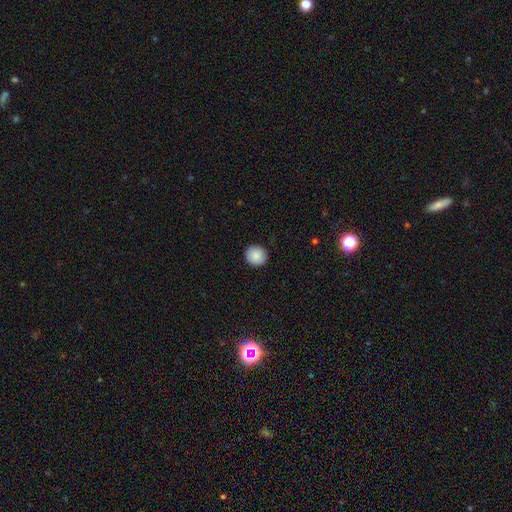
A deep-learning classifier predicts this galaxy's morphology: Smooth or featured? smooth (89%)
How rounded? round (87%)
Merging? none (92%)